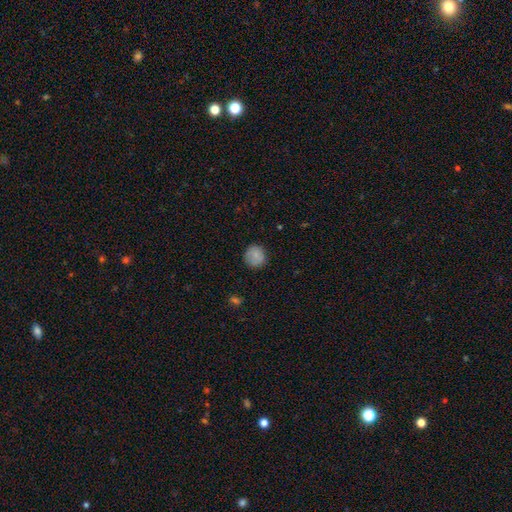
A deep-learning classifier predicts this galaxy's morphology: Smooth or featured?
  - smooth: 81% *
  - featured or disk: 10%
  - star or artifact: 9%
How rounded?
  - round: 90% *
  - in between: 10%
  - cigar-shaped: 1%
Merging?
  - none: 83% *
  - minor disturbance: 13%
  - major disturbance: 3%
  - merger: 1%